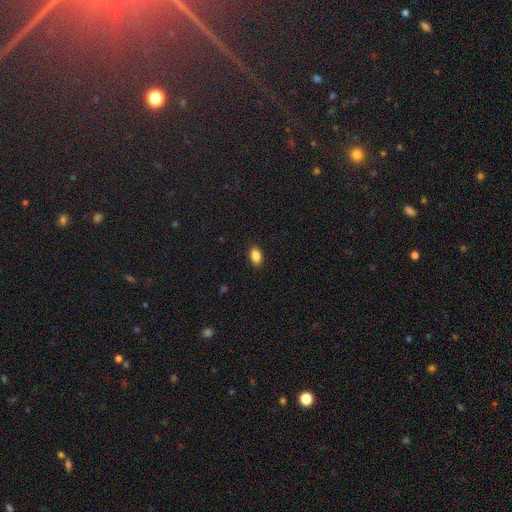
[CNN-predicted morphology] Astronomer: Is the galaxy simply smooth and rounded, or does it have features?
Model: smooth — 88%.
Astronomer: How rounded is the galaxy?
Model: in between — 89%.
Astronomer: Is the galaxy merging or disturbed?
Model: none — 88%.